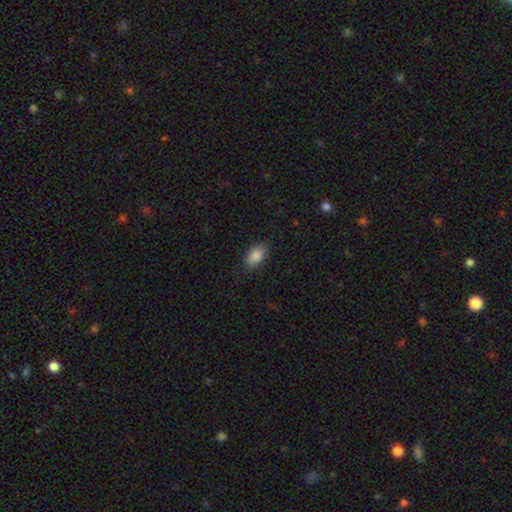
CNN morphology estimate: smooth_or_featured: smooth (p=0.87) [alt: star or artifact p=0.07]
how_rounded: in between (p=0.92) [alt: round p=0.06]
merging: none (p=0.85) [alt: minor disturbance p=0.11]